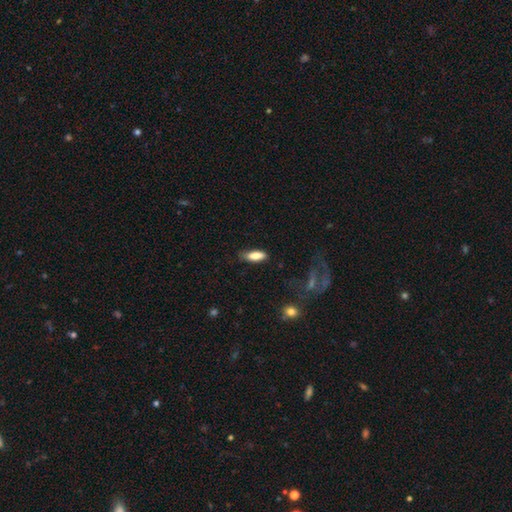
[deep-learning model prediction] Morphology: type=smooth (83%); roundness=in between (66%); merging=none (76%).